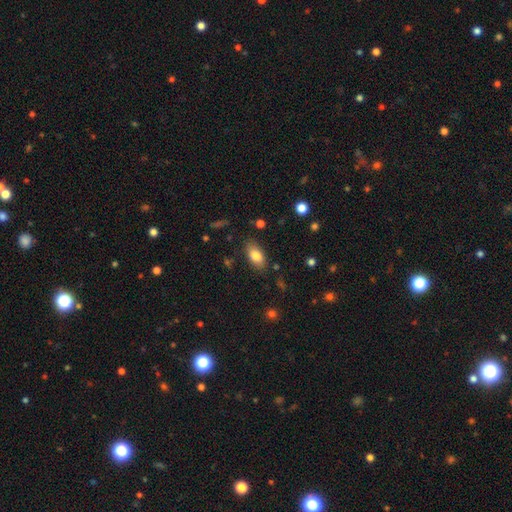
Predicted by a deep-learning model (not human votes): A smooth galaxy with no disk features (82%) that is in between round and cigar-shaped (90%).

Vote fractions:
- Smooth or featured? smooth: 82% / featured or disk: 10% / star or artifact: 8%
- How rounded? in between: 90% / cigar-shaped: 5% / round: 5%
- Merging? none: 82% / minor disturbance: 13% / major disturbance: 3% / merger: 2%